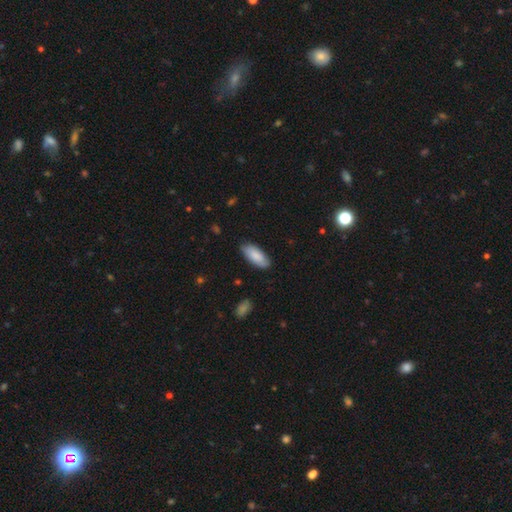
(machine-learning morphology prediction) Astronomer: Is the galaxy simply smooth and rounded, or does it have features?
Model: smooth — 83%.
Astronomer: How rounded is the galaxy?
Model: in between — 86%.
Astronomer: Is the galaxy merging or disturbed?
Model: none — 84%.